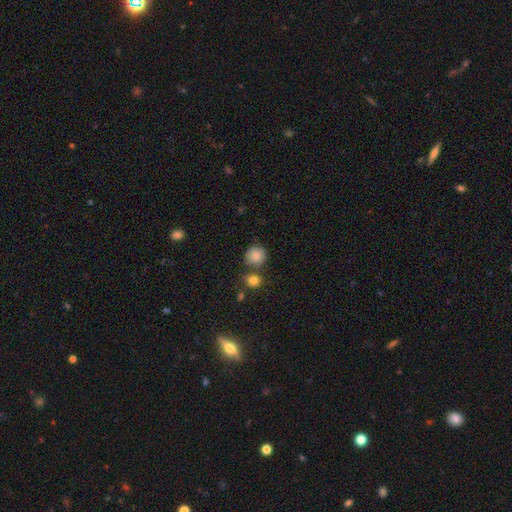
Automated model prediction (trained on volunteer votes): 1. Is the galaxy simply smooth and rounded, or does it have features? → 85% smooth, 9% star or artifact, 6% featured or disk.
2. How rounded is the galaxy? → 88% round, 11% in between, 1% cigar-shaped.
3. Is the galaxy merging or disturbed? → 70% none, 13% minor disturbance, 13% merger, 4% major disturbance.